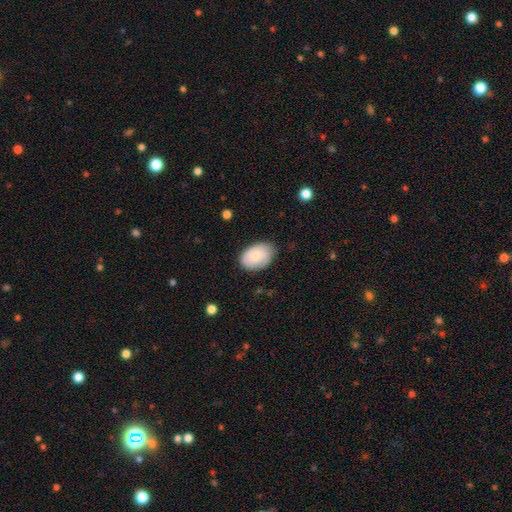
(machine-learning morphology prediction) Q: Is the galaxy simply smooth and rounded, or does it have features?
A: smooth — 77%.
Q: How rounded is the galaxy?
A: in between — 87%.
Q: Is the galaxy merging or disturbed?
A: none — 71%.